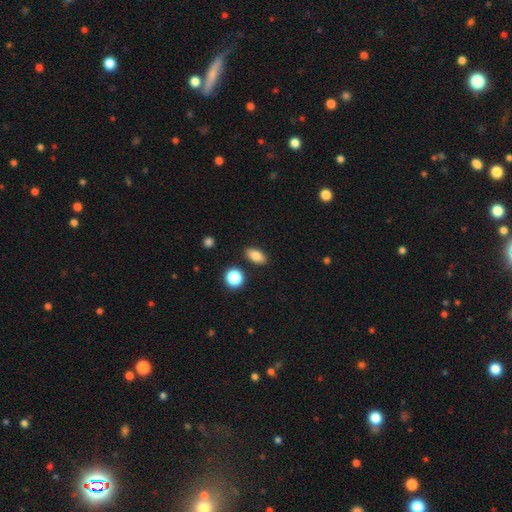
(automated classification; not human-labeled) Smooth or featured?
  - smooth: 82% *
  - star or artifact: 10%
  - featured or disk: 8%
How rounded?
  - in between: 87% *
  - round: 9%
  - cigar-shaped: 4%
Merging?
  - none: 87% *
  - minor disturbance: 8%
  - merger: 3%
  - major disturbance: 2%